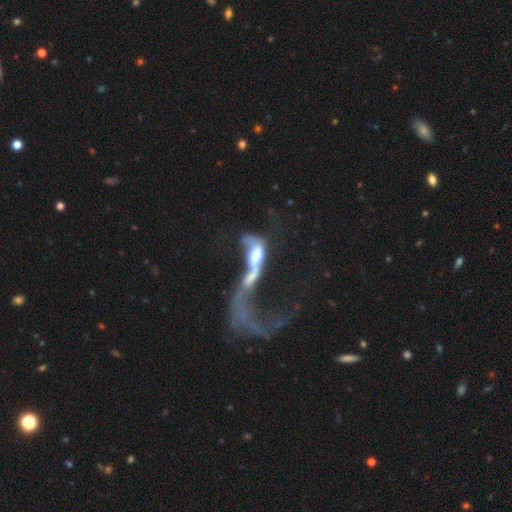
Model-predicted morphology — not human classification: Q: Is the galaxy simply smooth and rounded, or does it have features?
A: featured or disk — 50%.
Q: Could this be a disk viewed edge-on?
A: no — 85%.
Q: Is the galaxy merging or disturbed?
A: merger — 69%.